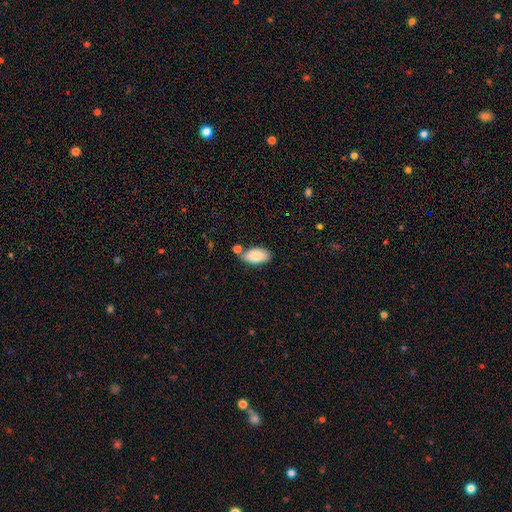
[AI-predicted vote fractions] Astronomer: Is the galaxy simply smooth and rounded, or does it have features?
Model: smooth — 84%.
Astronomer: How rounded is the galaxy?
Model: in between — 94%.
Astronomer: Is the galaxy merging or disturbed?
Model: none — 67%.